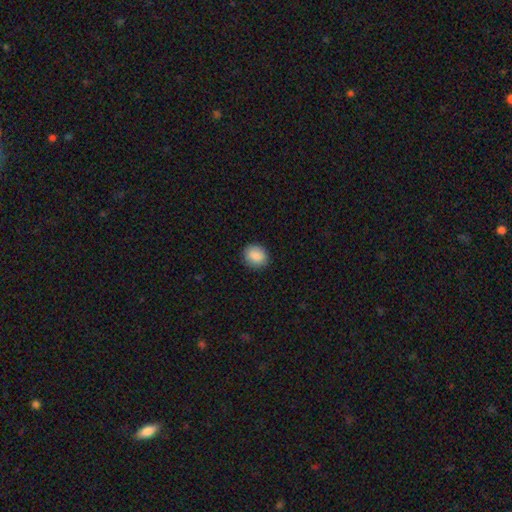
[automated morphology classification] Q: Smooth or featured?
A: smooth (88%); runner-up: star or artifact (8%)
Q: How rounded?
A: round (68%); runner-up: in between (31%)
Q: Merging?
A: none (87%); runner-up: minor disturbance (10%)